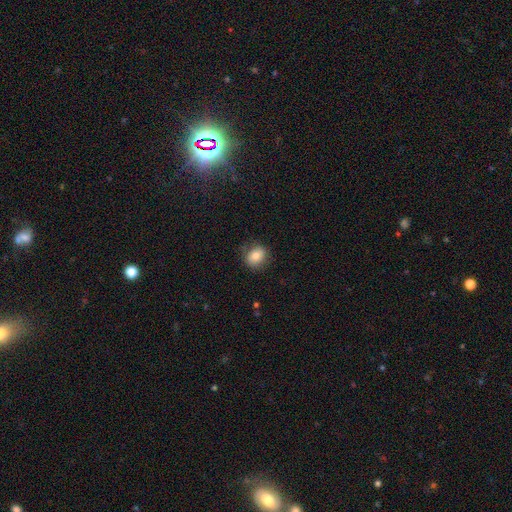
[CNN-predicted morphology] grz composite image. It shows a smooth galaxy with no disk features (79%) that is round (63%). Merging: none (80%).